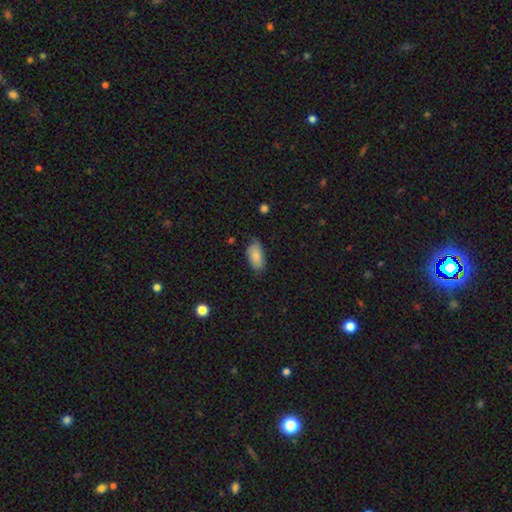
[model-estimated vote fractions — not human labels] Morphology: type=smooth (86%); roundness=in between (93%); merging=none (72%).